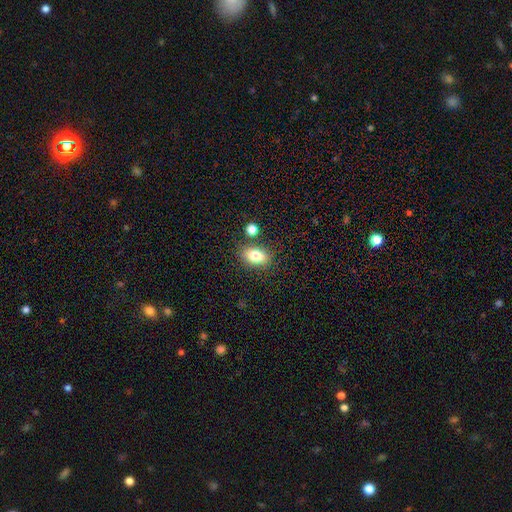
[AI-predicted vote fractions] smooth 80%, featured or disk 11%, star or artifact 9%. Down the decision tree: how rounded — in between (82%); merging — none (76%).